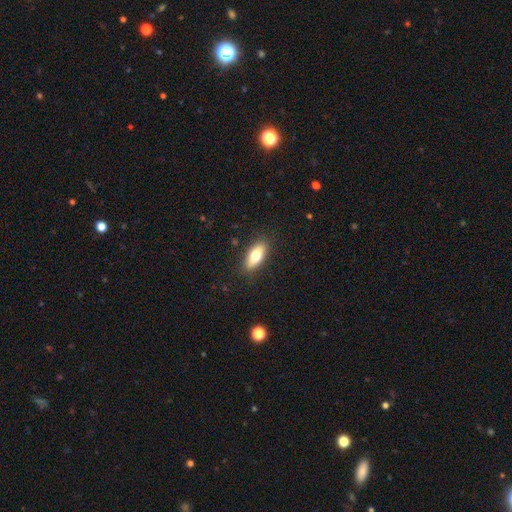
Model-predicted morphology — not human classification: type=smooth (73%); roundness=in between (78%); merging=none (87%).